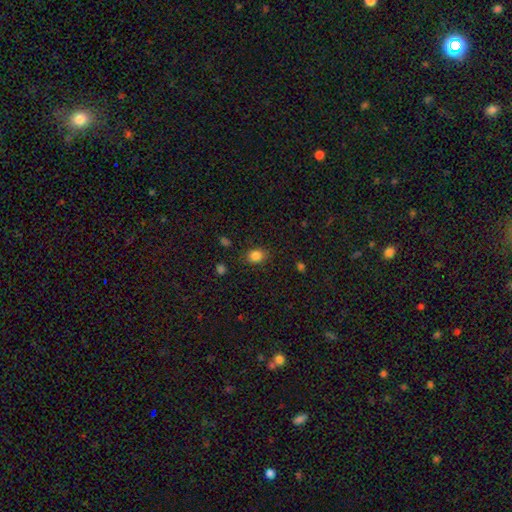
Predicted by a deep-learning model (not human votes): A smooth galaxy with no disk features (84%) that is in between round and cigar-shaped (57%).

Vote fractions:
- Smooth or featured? smooth: 84% / star or artifact: 11% / featured or disk: 5%
- How rounded? in between: 57% / round: 42% / cigar-shaped: 1%
- Merging? none: 82% / minor disturbance: 12% / major disturbance: 4% / merger: 2%